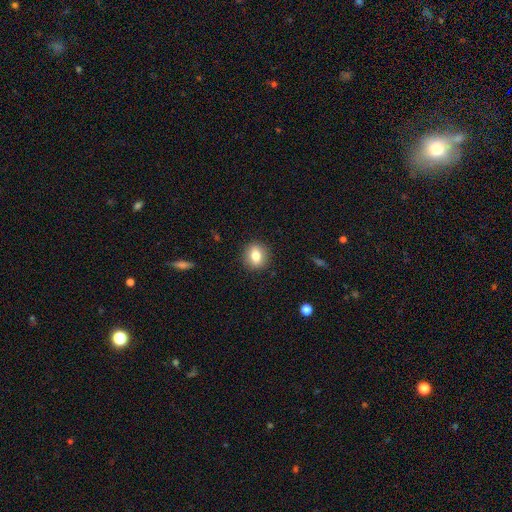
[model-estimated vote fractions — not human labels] The model was most divided on "how rounded": round: 69%, in between: 29%, cigar-shaped: 1%. More confident: merging — none (90%); smooth or featured — smooth (78%).